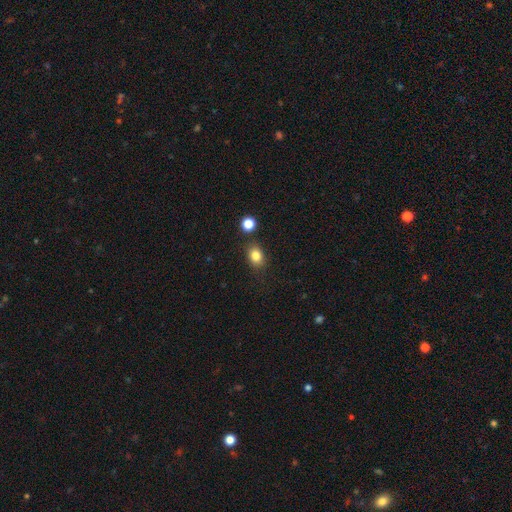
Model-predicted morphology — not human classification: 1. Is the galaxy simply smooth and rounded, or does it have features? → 83% smooth, 11% star or artifact, 6% featured or disk.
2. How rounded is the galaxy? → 61% in between, 38% round, 1% cigar-shaped.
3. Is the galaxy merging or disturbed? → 80% none, 11% minor disturbance, 6% merger, 3% major disturbance.